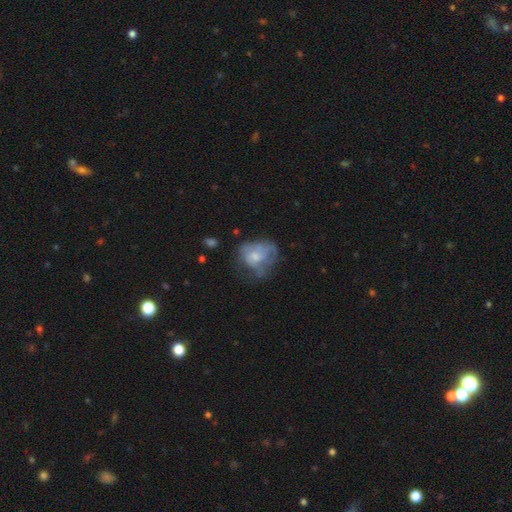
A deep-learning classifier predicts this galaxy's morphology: Overall: featured or disk (50%; smooth 41%). Merging: none (35%; major disturbance 34%).